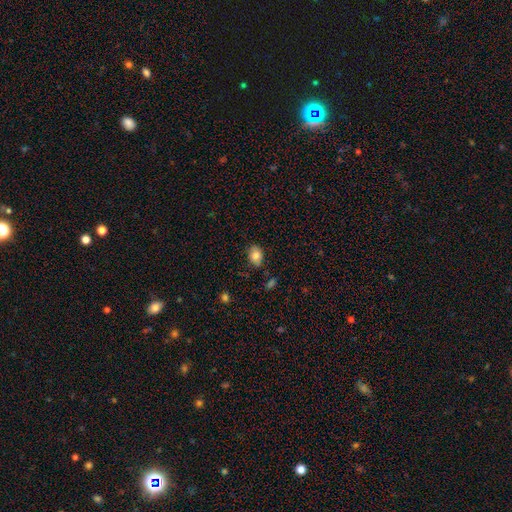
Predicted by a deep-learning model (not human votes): Overall: smooth (84%). How rounded: in between (74%). Merging: none (78%).